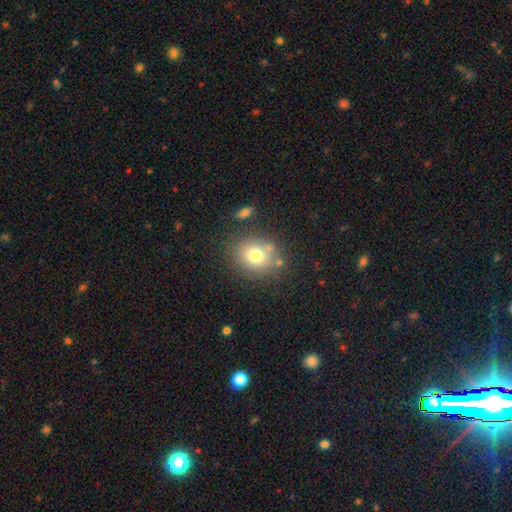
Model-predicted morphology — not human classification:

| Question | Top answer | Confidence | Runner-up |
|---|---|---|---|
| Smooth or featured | smooth | 74% | featured or disk (13%) |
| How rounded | round | 63% | in between (36%) |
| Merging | none | 74% | minor disturbance (13%) |